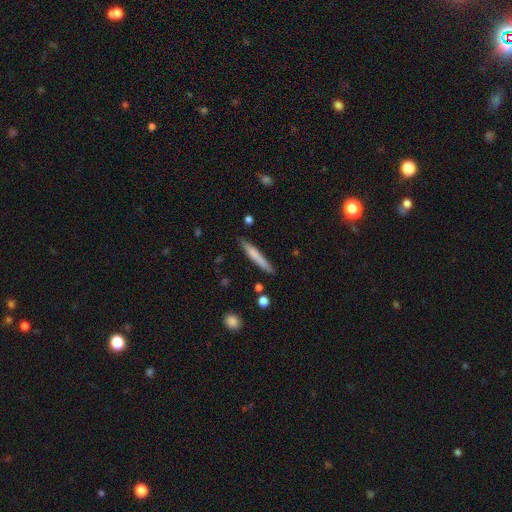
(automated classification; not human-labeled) Q: Smooth or featured?
A: smooth (69%); runner-up: featured or disk (25%)
Q: How rounded?
A: cigar-shaped (94%); runner-up: in between (4%)
Q: Merging?
A: none (83%); runner-up: minor disturbance (12%)